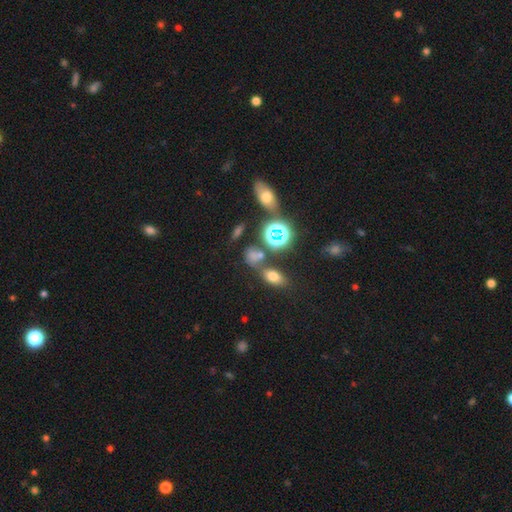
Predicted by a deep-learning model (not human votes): This appears to be a smooth galaxy with no disk features (58%) that is in between round and cigar-shaped (61%). Merging: none (56%).